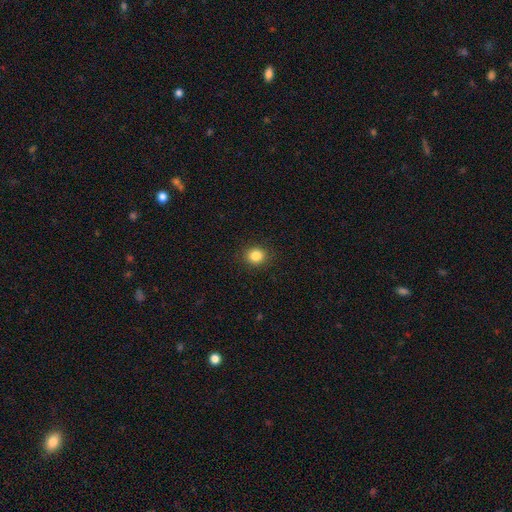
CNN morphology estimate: A smooth galaxy with no disk features (85%) that is round (81%). Merging: none (91%).